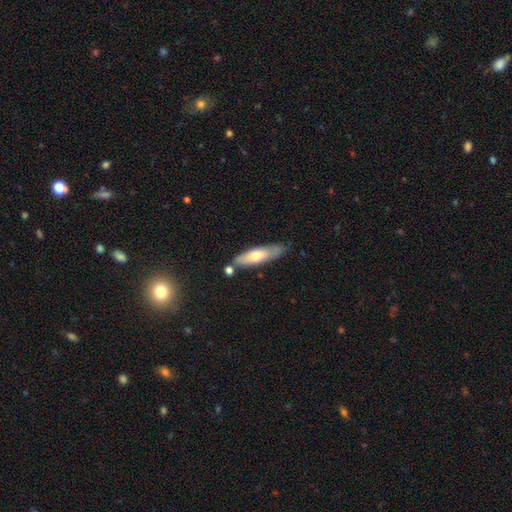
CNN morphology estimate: smooth 58%, featured or disk 36%, star or artifact 6%. Down the decision tree: how rounded — cigar-shaped (65%); merging — none (70%).